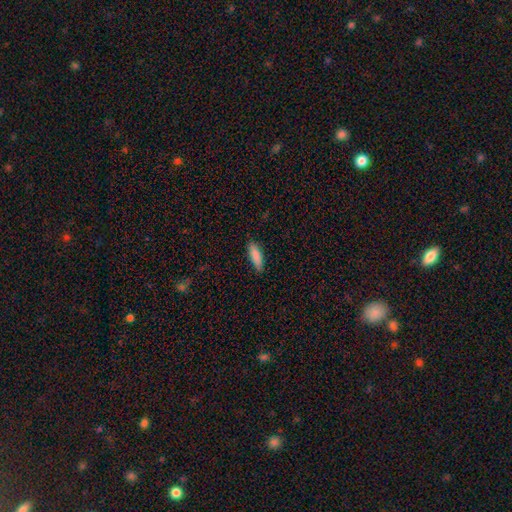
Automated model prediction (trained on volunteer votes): smooth-or-featured: smooth: 87% | featured or disk: 7% | star or artifact: 6%
  how-rounded: cigar-shaped: 52% | in between: 47% | round: 2%
  merging: none: 85% | minor disturbance: 12% | major disturbance: 2% | merger: 1%